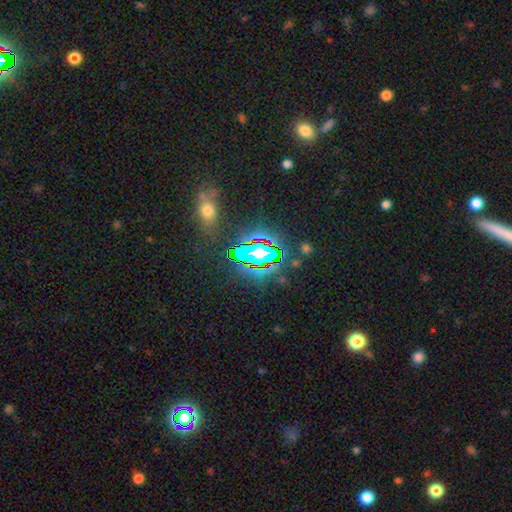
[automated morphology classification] Smooth or featured?
  - star or artifact: 74% *
  - smooth: 16%
  - featured or disk: 11%